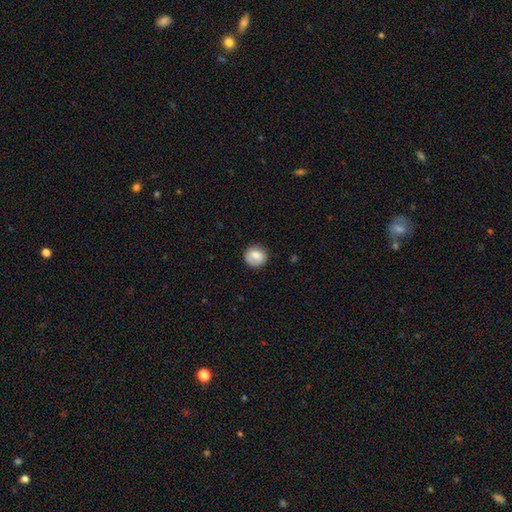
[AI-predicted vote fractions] Smooth or featured: smooth — 76% (featured or disk — 16%)
How rounded: round — 86% (in between — 13%)
Merging: none — 78% (minor disturbance — 16%)